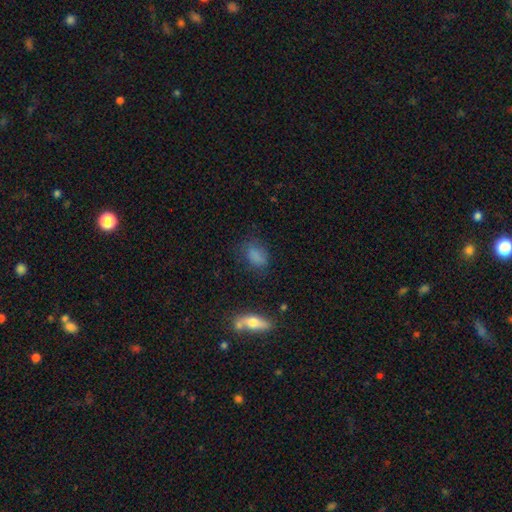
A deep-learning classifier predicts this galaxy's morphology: Q: Smooth or featured?
A: smooth (80%); runner-up: star or artifact (11%)
Q: How rounded?
A: in between (83%); runner-up: round (12%)
Q: Merging?
A: none (65%); runner-up: minor disturbance (22%)